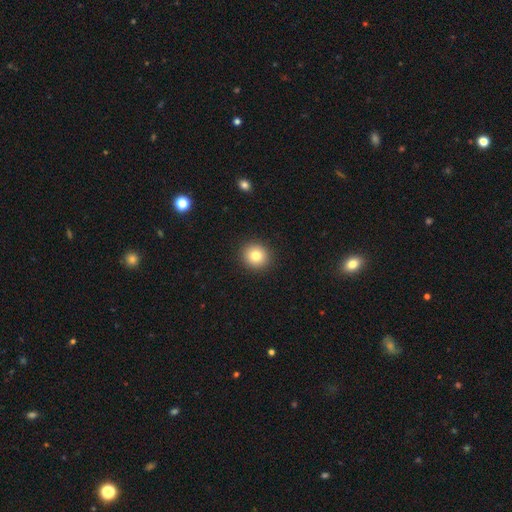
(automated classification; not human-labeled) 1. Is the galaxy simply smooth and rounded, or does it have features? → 81% smooth, 11% star or artifact, 9% featured or disk.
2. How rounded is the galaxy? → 90% round, 9% in between, 1% cigar-shaped.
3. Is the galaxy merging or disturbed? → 92% none, 5% minor disturbance, 2% major disturbance, 1% merger.